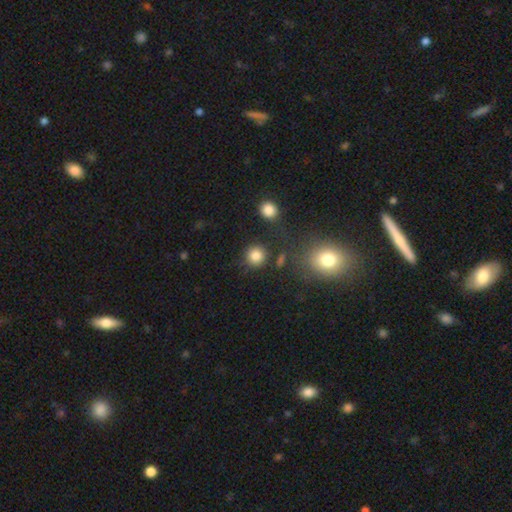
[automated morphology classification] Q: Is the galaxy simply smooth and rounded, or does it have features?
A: smooth — 83%.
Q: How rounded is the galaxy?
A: round — 91%.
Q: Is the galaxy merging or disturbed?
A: none — 82%.